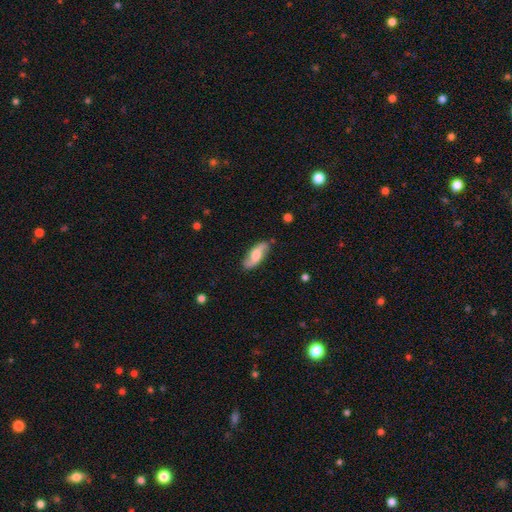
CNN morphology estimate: Smooth or featured? Predicted: featured or disk (p=0.56). Edge-on disk? Predicted: no (p=0.86). Merging? Predicted: none (p=0.82).